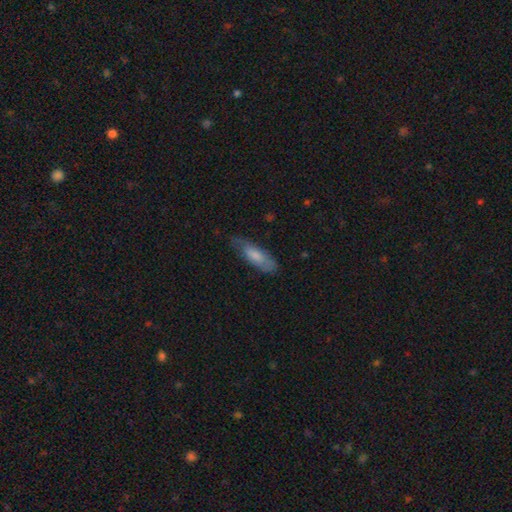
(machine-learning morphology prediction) Smooth or featured? Predicted: smooth (p=0.70). How rounded? Predicted: in between (p=0.55). Merging? Predicted: none (p=0.63).